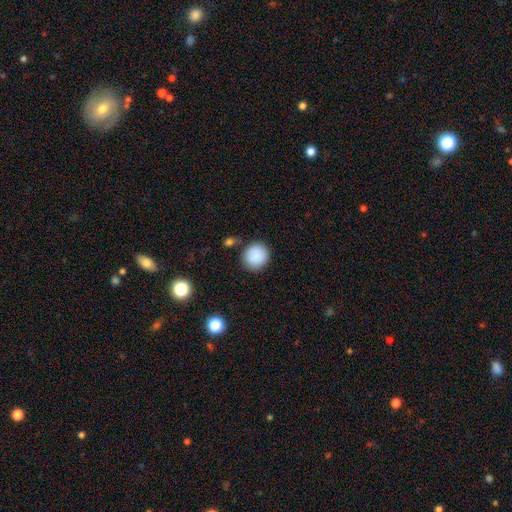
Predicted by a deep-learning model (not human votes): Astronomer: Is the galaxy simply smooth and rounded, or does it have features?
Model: smooth — 88%.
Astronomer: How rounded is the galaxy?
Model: round — 89%.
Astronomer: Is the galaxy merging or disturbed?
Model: none — 82%.